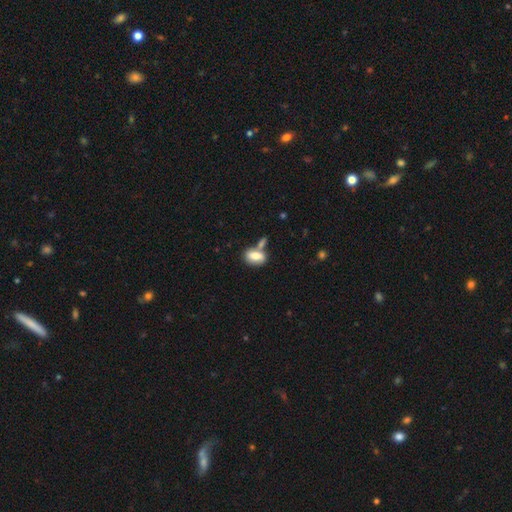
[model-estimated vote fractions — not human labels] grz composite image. It shows a smooth galaxy with no disk features (77%) that is in between round and cigar-shaped (86%). Merging: none (44%).